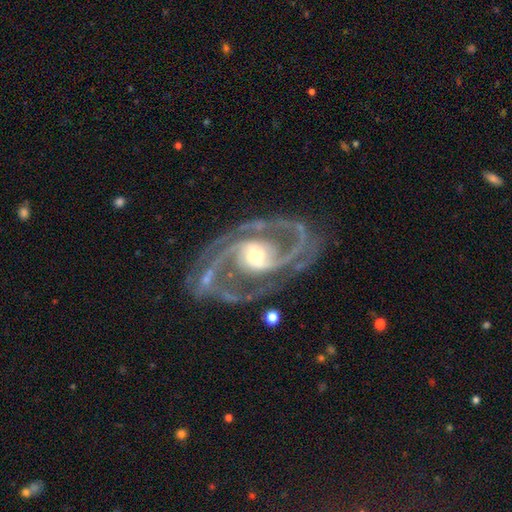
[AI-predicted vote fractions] Smooth or featured? featured or disk (93%)
Edge-on disk? no (98%)
Bar? strong (38%)
Spiral arms? yes (98%)
Spiral winding? medium (58%)
Spiral arm count? 2 (77%)
Bulge size? moderate (60%)
Merging? none (70%)